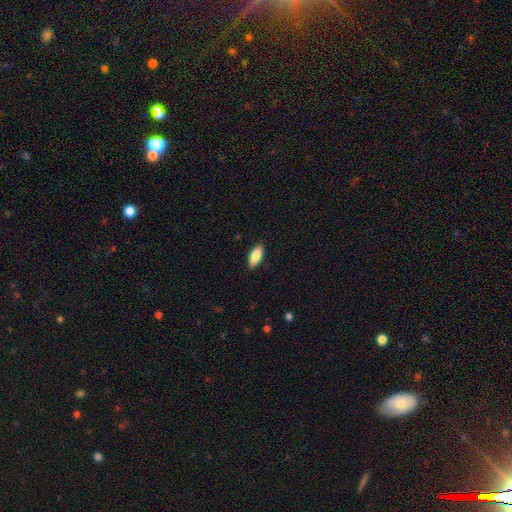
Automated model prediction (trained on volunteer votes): smooth_or_featured: smooth (p=0.83) [alt: featured or disk p=0.11]
how_rounded: in between (p=0.82) [alt: cigar-shaped p=0.16]
merging: none (p=0.89) [alt: minor disturbance p=0.09]